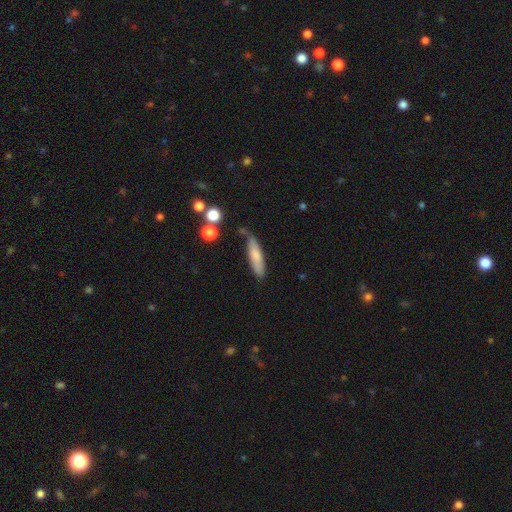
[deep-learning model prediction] smooth-or-featured: smooth: 72% | featured or disk: 21% | star or artifact: 7%
  how-rounded: cigar-shaped: 72% | in between: 26% | round: 2%
  merging: none: 64% | minor disturbance: 24% | major disturbance: 6% | merger: 5%